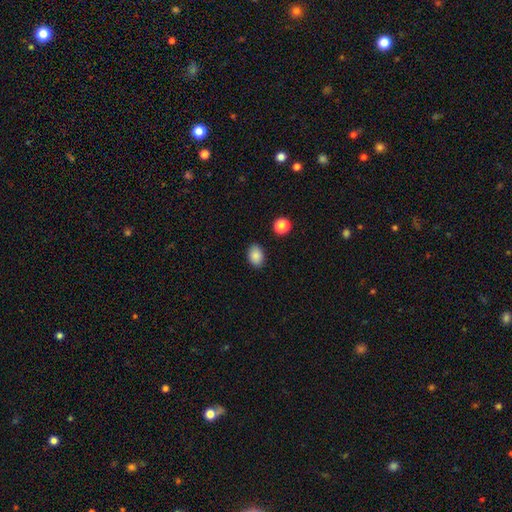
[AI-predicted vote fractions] Overall: smooth (87%). How rounded: in between (80%). Merging: none (86%).